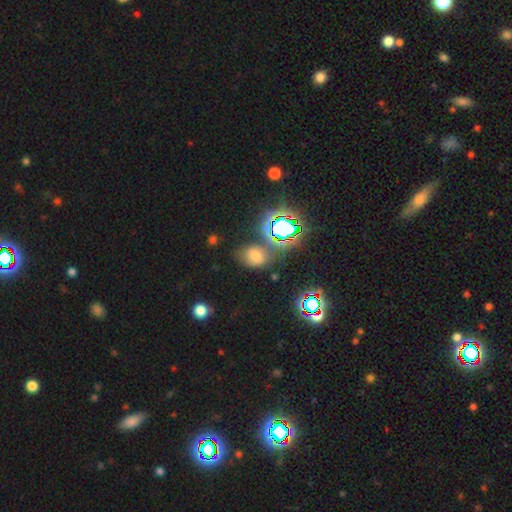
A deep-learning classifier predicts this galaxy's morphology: smooth_or_featured: smooth (p=0.54) [alt: star or artifact p=0.36]
how_rounded: in between (p=0.68) [alt: round p=0.30]
merging: none (p=0.70) [alt: minor disturbance p=0.16]